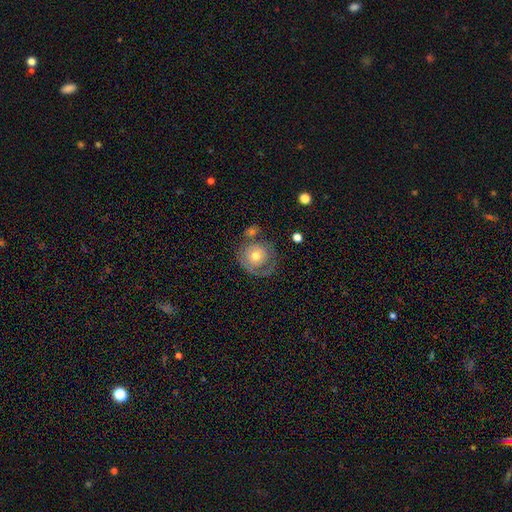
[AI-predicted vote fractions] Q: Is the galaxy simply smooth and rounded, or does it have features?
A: smooth — 47%.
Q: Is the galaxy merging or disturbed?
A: none — 49%.